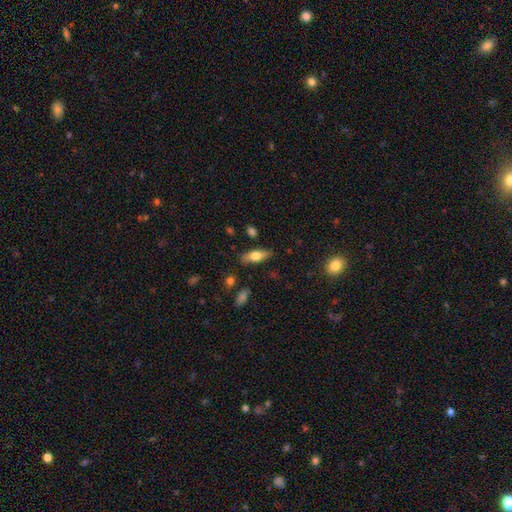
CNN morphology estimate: This appears to be a smooth galaxy with no disk features (67%) that is in between round and cigar-shaped (71%). Merging: none (81%).